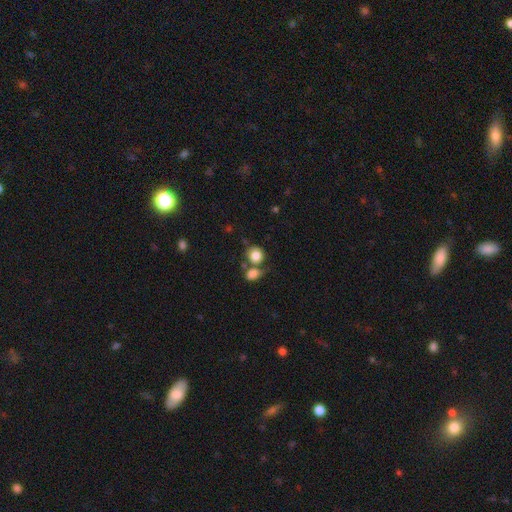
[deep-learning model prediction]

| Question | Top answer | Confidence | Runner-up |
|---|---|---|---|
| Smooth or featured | smooth | 82% | star or artifact (9%) |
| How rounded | round | 79% | in between (20%) |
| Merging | none | 47% | merger (36%) |